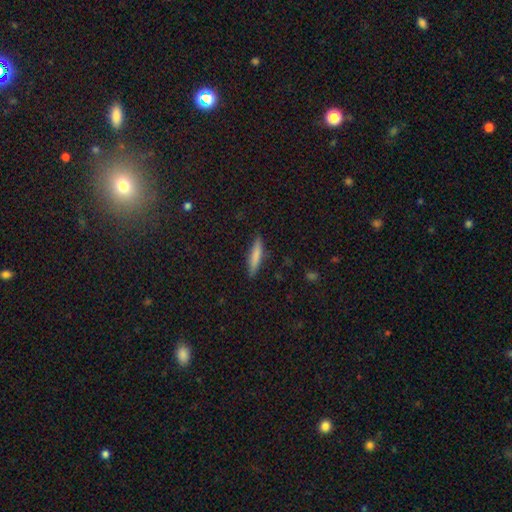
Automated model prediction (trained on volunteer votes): Smooth or featured?
  - smooth: 77% *
  - featured or disk: 16%
  - star or artifact: 7%
How rounded?
  - cigar-shaped: 87% *
  - in between: 12%
  - round: 2%
Merging?
  - none: 87% *
  - minor disturbance: 9%
  - major disturbance: 2%
  - merger: 1%